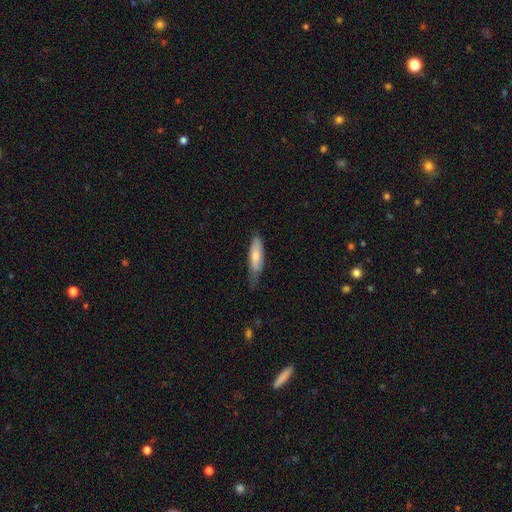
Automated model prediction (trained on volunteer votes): smooth_or_featured: smooth (p=0.73) [alt: featured or disk p=0.21]
how_rounded: cigar-shaped (p=0.52) [alt: in between p=0.47]
merging: none (p=0.53) [alt: minor disturbance p=0.36]